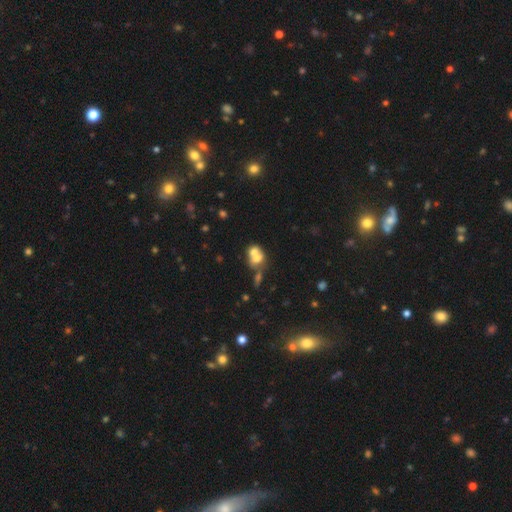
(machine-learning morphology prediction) The model was most divided on "how rounded": round: 50%, in between: 48%, cigar-shaped: 2%. More confident: merging — merger (67%); smooth or featured — smooth (61%).